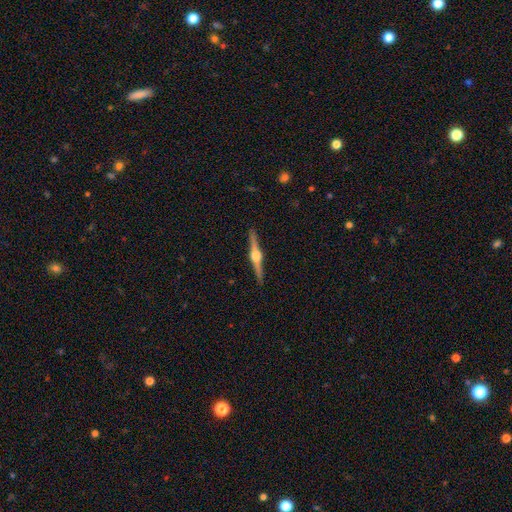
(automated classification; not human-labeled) Morphology: type=featured or disk (86%); edge-on=yes (99%); edge-on bulge=rounded (96%); merging=none (92%).